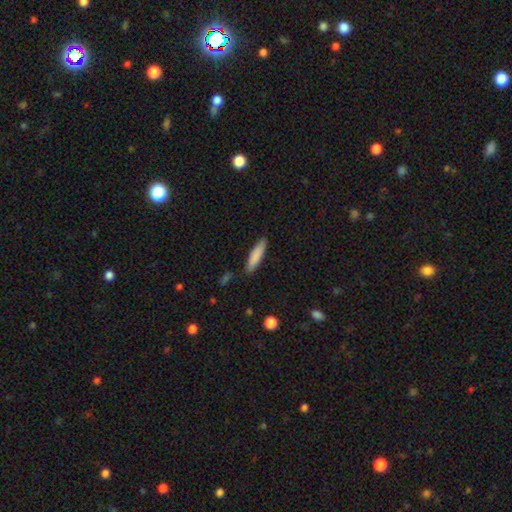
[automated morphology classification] A smooth galaxy with no disk features (85%) that is cigar-shaped (77%).

Vote fractions:
- Smooth or featured? smooth: 85% / featured or disk: 9% / star or artifact: 6%
- How rounded? cigar-shaped: 77% / in between: 22% / round: 1%
- Merging? none: 86% / minor disturbance: 10% / major disturbance: 2% / merger: 2%